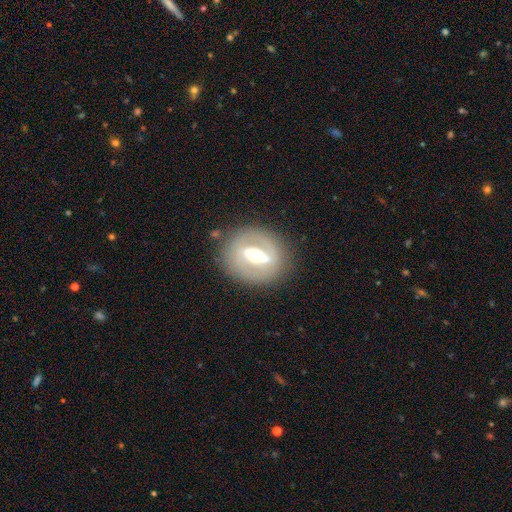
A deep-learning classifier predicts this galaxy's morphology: A featured or disk galaxy (73%) with a strong bar (65%), no spiral arms (61%) and a moderate central bulge (68%). Merging: none (81%).